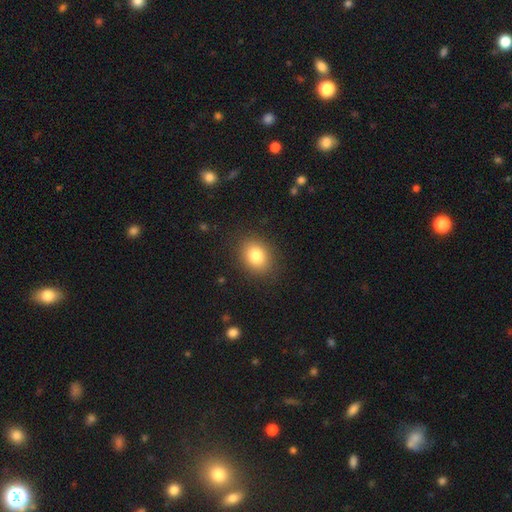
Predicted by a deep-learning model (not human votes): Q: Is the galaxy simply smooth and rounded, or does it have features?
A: smooth — 82%.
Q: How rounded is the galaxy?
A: in between — 57%.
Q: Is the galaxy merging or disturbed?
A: none — 87%.